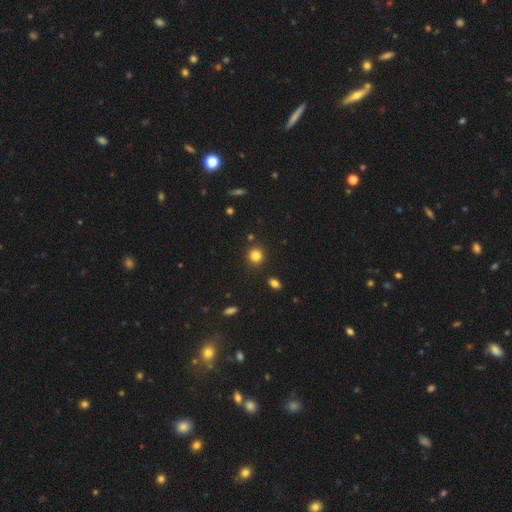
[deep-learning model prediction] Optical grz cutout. It shows a smooth galaxy with no disk features (83%) that is round (90%). Merging: none (88%).